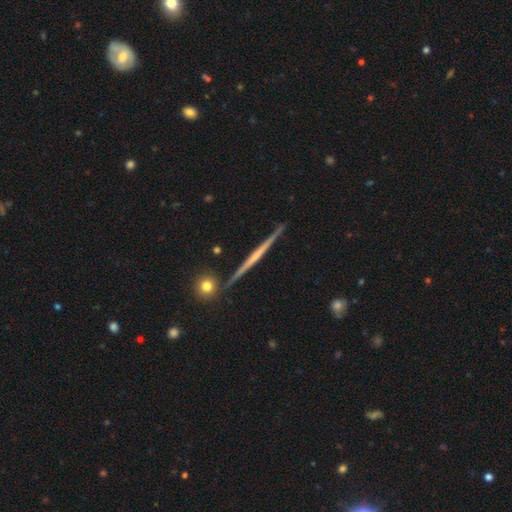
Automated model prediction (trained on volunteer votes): featured or disk 73%, smooth 22%, star or artifact 5%. Down the decision tree: edge-on disk — yes (98%); edge-on bulge — none (69%); merging — none (90%).